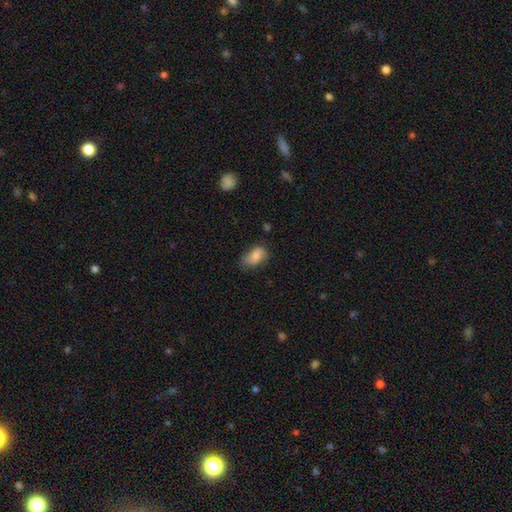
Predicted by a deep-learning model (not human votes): Smooth or featured?
  - smooth: 78% *
  - featured or disk: 14%
  - star or artifact: 8%
How rounded?
  - in between: 89% *
  - round: 9%
  - cigar-shaped: 2%
Merging?
  - none: 54% *
  - minor disturbance: 34%
  - major disturbance: 9%
  - merger: 2%